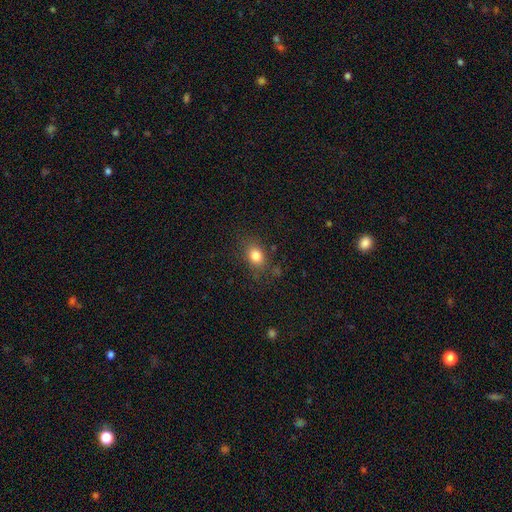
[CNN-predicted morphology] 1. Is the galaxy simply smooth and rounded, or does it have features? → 81% smooth, 11% star or artifact, 8% featured or disk.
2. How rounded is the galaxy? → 63% in between, 35% round, 2% cigar-shaped.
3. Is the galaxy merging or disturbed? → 80% none, 14% minor disturbance, 4% major disturbance, 2% merger.